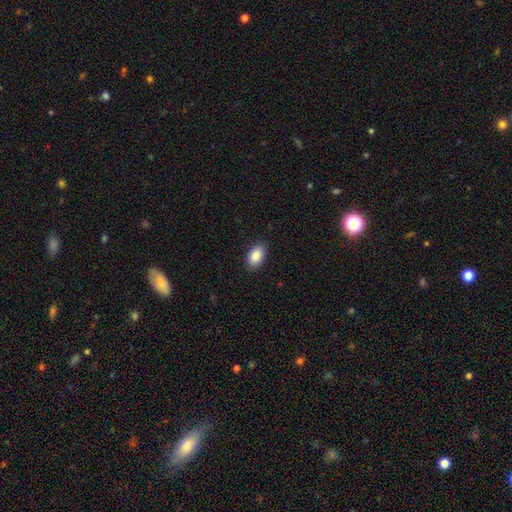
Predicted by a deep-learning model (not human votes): smooth-or-featured: smooth: 88% | star or artifact: 7% | featured or disk: 5%
  how-rounded: in between: 92% | round: 6% | cigar-shaped: 2%
  merging: none: 88% | minor disturbance: 9% | major disturbance: 2% | merger: 1%